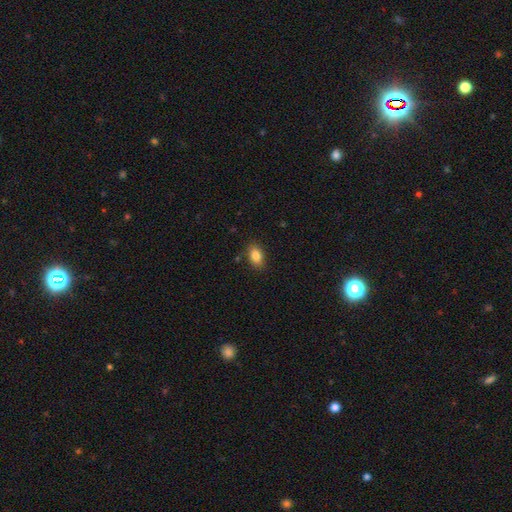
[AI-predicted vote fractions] Morphology: type=smooth (85%); roundness=in between (85%); merging=none (85%).